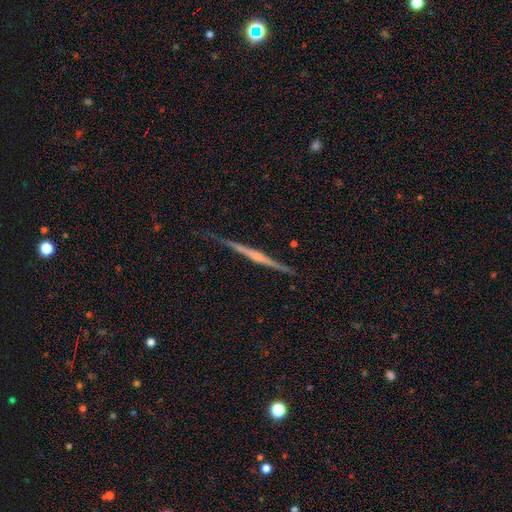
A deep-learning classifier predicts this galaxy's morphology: Smooth or featured?
  - featured or disk: 77% *
  - smooth: 17%
  - star or artifact: 6%
Edge-on disk?
  - yes: 98% *
  - no: 2%
Edge-on bulge?
  - none: 43% * (tied)
  - rounded: 43% * (tied)
  - boxy: 14%
Merging?
  - none: 86% *
  - minor disturbance: 10%
  - major disturbance: 2%
  - merger: 1%